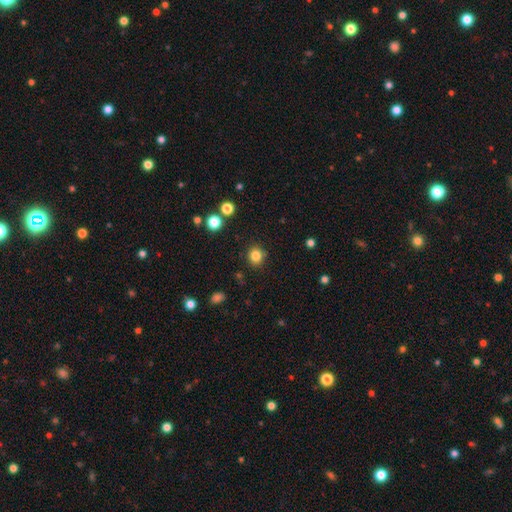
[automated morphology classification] smooth-or-featured: smooth: 83% | star or artifact: 12% | featured or disk: 5%
  how-rounded: round: 86% | in between: 13% | cigar-shaped: 1%
  merging: none: 88% | minor disturbance: 7% | major disturbance: 3% | merger: 2%